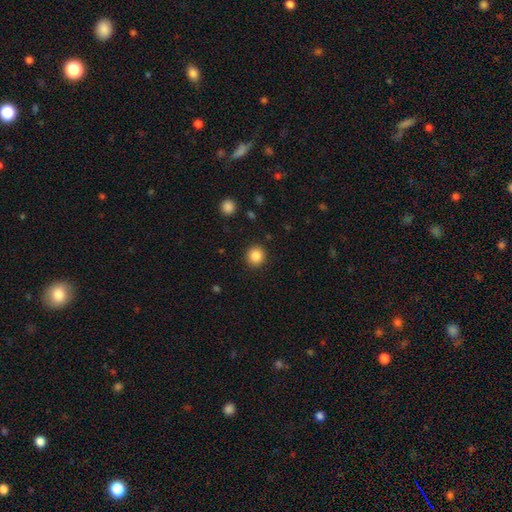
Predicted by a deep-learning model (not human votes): smooth 86%, star or artifact 10%, featured or disk 4%. Down the decision tree: how rounded — round (92%); merging — none (91%).